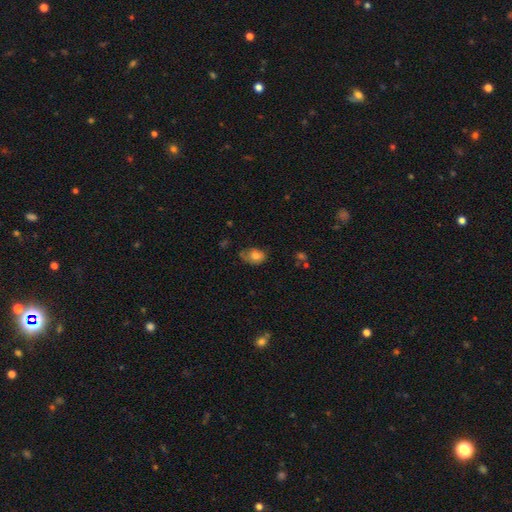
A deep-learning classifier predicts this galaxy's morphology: Smooth or featured? smooth (71%)
How rounded? in between (72%)
Merging? none (43%)